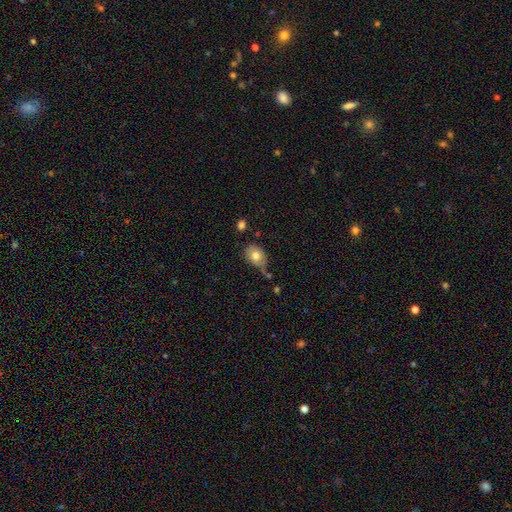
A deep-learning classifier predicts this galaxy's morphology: This appears to be a smooth galaxy with no disk features (76%) that is in between round and cigar-shaped (68%). Merging: none (53%).